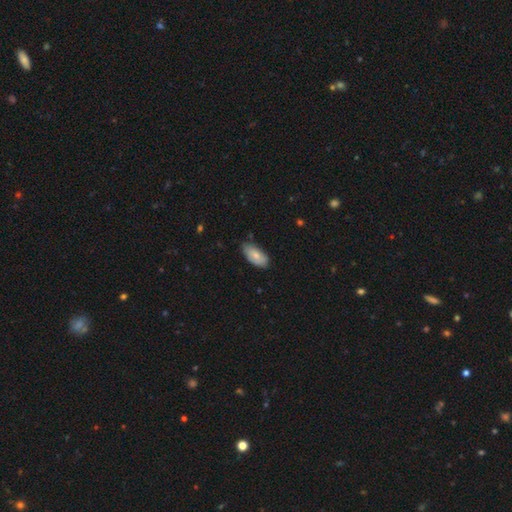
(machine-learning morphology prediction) A smooth galaxy with no disk features (74%) that is in between round and cigar-shaped (93%).

Vote fractions:
- Smooth or featured? smooth: 74% / featured or disk: 20% / star or artifact: 6%
- How rounded? in between: 93% / cigar-shaped: 4% / round: 2%
- Merging? none: 71% / minor disturbance: 25% / major disturbance: 3% / merger: 1%